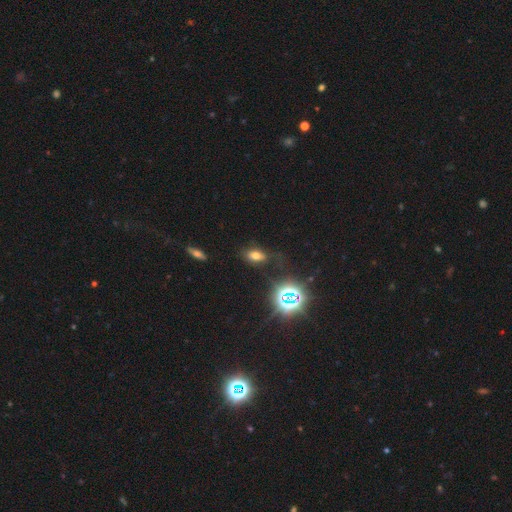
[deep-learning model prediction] A smooth galaxy with no disk features (61%) that is in between round and cigar-shaped (85%).

Vote fractions:
- Smooth or featured? smooth: 61% / star or artifact: 28% / featured or disk: 11%
- How rounded? in between: 85% / round: 11% / cigar-shaped: 4%
- Merging? none: 72% / minor disturbance: 17% / major disturbance: 7% / merger: 4%